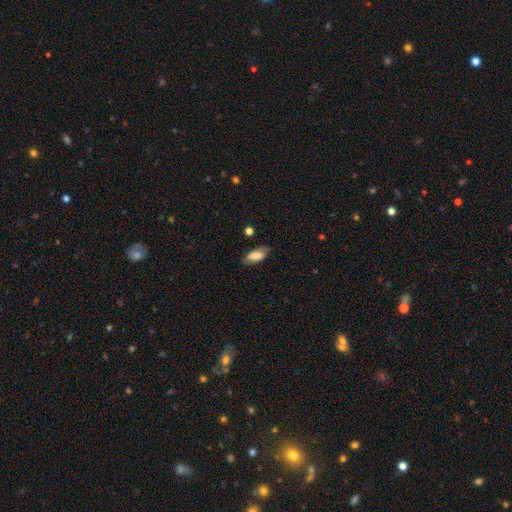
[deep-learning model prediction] This appears to be a smooth galaxy with no disk features (77%) that is in between round and cigar-shaped (87%). Merging: none (77%).